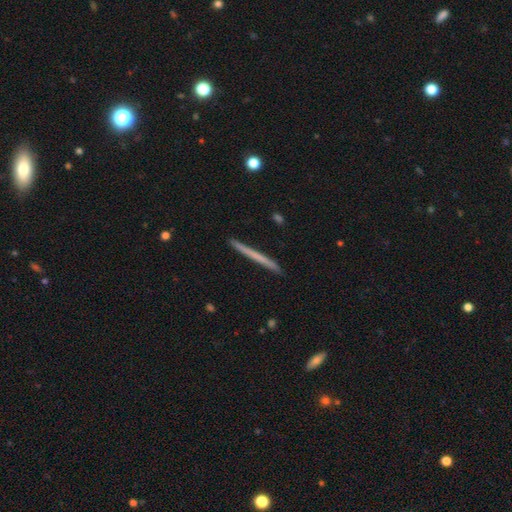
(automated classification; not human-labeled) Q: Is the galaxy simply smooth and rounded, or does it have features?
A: smooth — 52%.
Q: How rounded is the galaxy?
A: cigar-shaped — 97%.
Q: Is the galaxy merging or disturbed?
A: none — 92%.